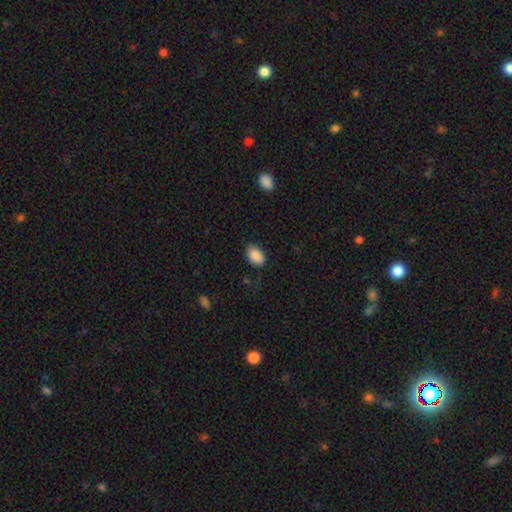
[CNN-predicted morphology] smooth_or_featured: smooth (p=0.89) [alt: star or artifact p=0.07]
how_rounded: in between (p=0.87) [alt: round p=0.12]
merging: none (p=0.80) [alt: minor disturbance p=0.15]